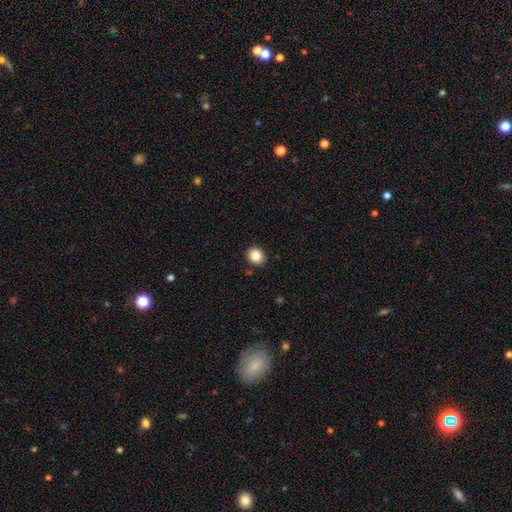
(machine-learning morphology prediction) This appears to be a smooth galaxy with no disk features (85%) that is round (78%). Merging: none (91%).